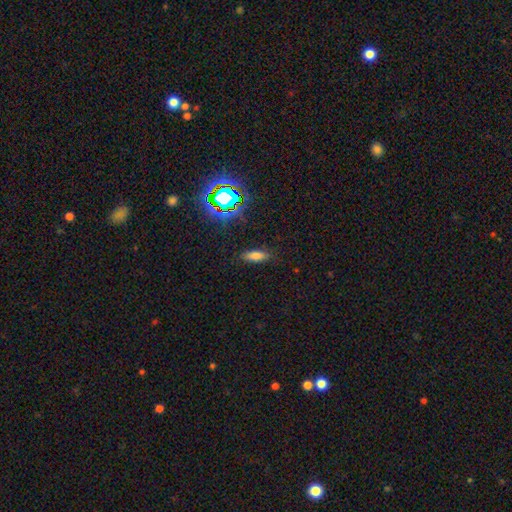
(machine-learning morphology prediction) Smooth or featured? Predicted: smooth (p=0.70). How rounded? Predicted: in between (p=0.68). Merging? Predicted: none (p=0.84).